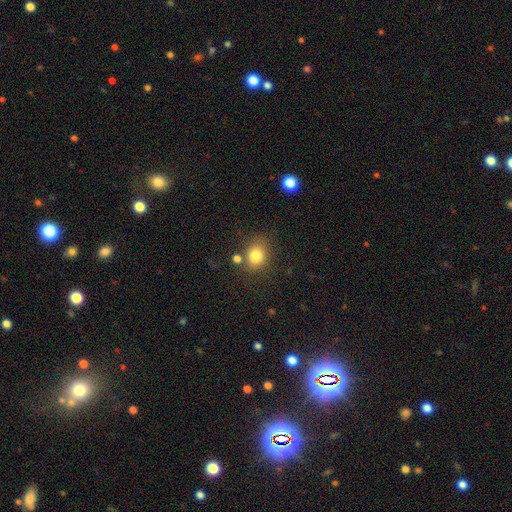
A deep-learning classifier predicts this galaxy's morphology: Smooth or featured? Predicted: smooth (p=0.80). How rounded? Predicted: round (p=0.61). Merging? Predicted: none (p=0.73).